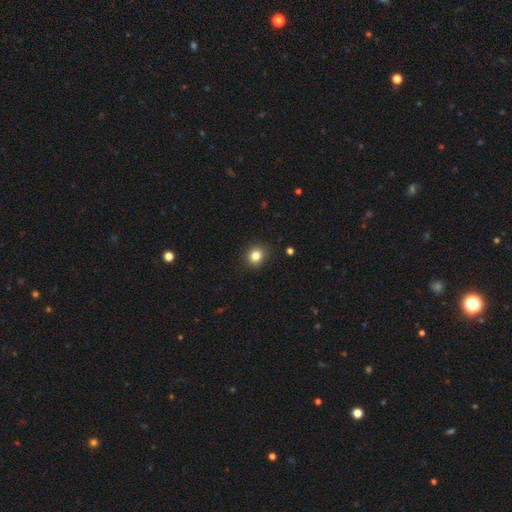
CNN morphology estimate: A smooth galaxy with no disk features (83%) that is round (85%). Merging: none (91%).